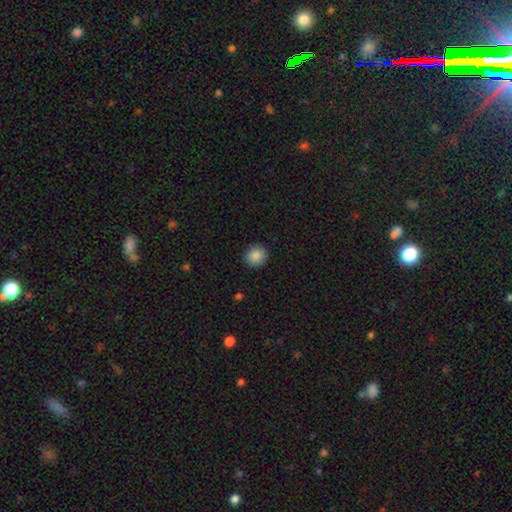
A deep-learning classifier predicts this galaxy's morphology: The model was most divided on "how rounded": round: 86%, in between: 13%, cigar-shaped: 1%. More confident: merging — none (90%); smooth or featured — smooth (88%).